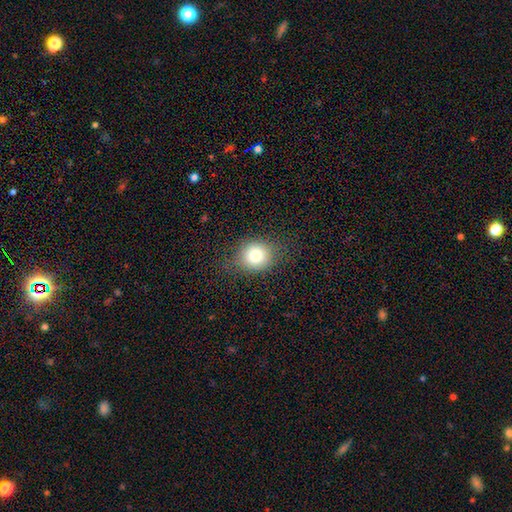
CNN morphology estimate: Smooth or featured? Predicted: smooth (p=0.77). How rounded? Predicted: round (p=0.75). Merging? Predicted: none (p=0.79).